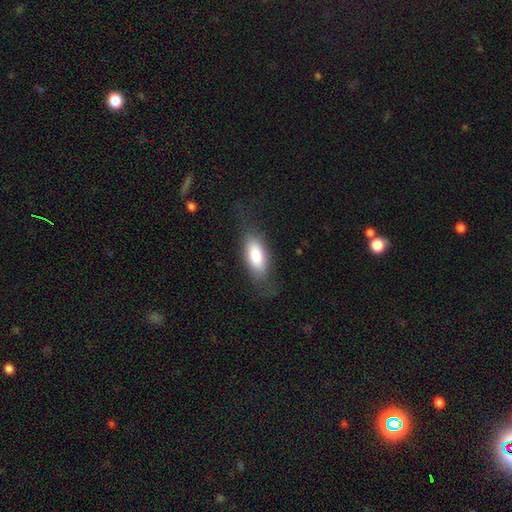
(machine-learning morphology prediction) This appears to be a smooth galaxy with no disk features (77%) that is in between round and cigar-shaped (82%). Merging: none (70%).